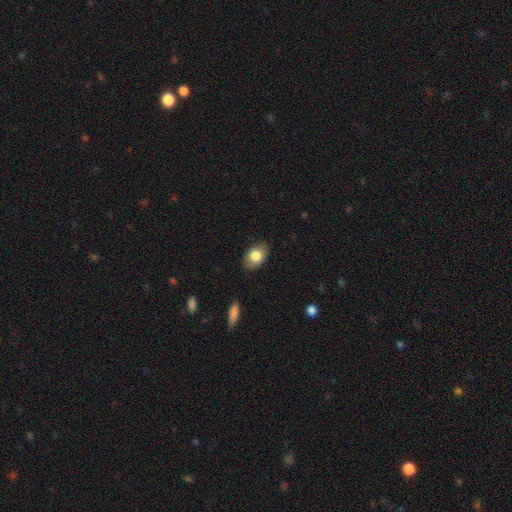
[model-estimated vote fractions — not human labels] A smooth galaxy with no disk features (80%) that is in between round and cigar-shaped (87%). Merging: none (84%).